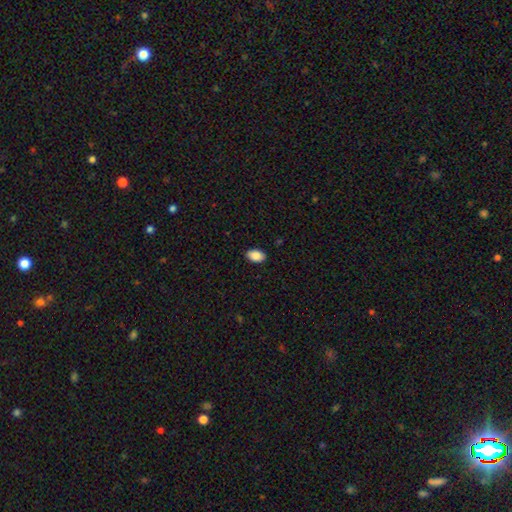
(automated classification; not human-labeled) A smooth galaxy with no disk features (88%) that is in between round and cigar-shaped (90%).

Vote fractions:
- Smooth or featured? smooth: 88% / star or artifact: 8% / featured or disk: 4%
- How rounded? in between: 90% / round: 9% / cigar-shaped: 1%
- Merging? none: 89% / minor disturbance: 8% / major disturbance: 2% / merger: 1%